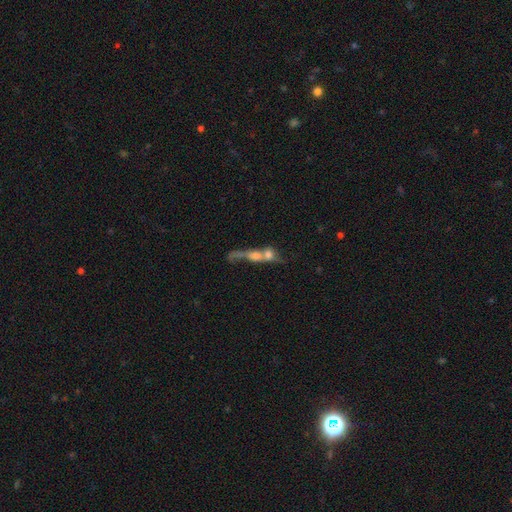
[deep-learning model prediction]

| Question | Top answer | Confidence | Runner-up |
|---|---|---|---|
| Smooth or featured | featured or disk | 48% | smooth (35%) |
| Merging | merger | 60% | none (19%) |